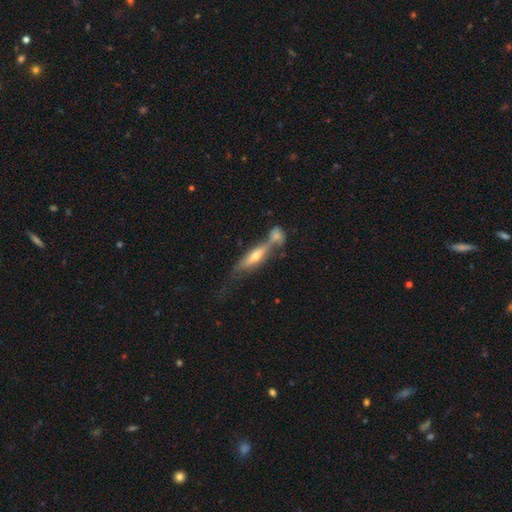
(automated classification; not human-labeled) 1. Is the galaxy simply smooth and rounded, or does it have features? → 61% featured or disk, 31% smooth, 8% star or artifact.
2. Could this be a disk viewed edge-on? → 79% yes, 21% no.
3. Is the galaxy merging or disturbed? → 48% merger, 29% none, 13% minor disturbance, 9% major disturbance.